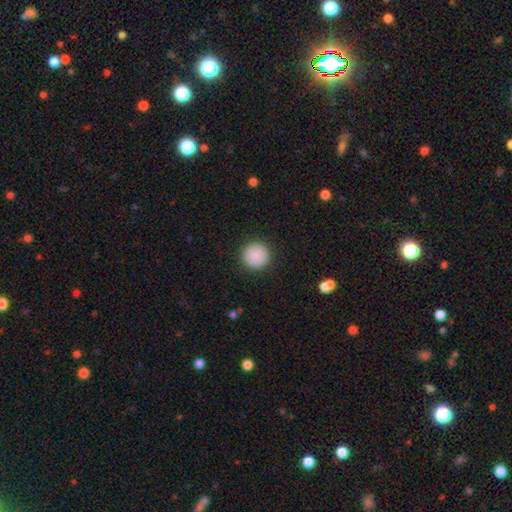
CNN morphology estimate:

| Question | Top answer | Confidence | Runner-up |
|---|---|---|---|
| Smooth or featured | smooth | 88% | star or artifact (8%) |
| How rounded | round | 96% | in between (3%) |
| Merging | none | 92% | minor disturbance (5%) |